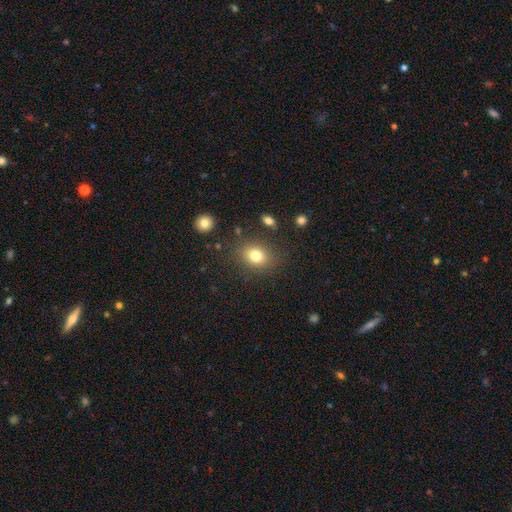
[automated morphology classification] smooth 78%, star or artifact 12%, featured or disk 10%. Down the decision tree: how rounded — in between (52%); merging — none (82%).